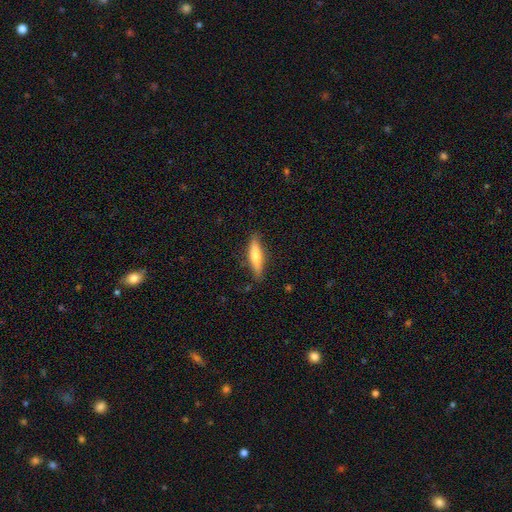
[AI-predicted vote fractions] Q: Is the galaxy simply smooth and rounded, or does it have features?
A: smooth — 61%.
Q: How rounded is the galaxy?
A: cigar-shaped — 75%.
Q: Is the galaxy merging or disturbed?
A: none — 85%.